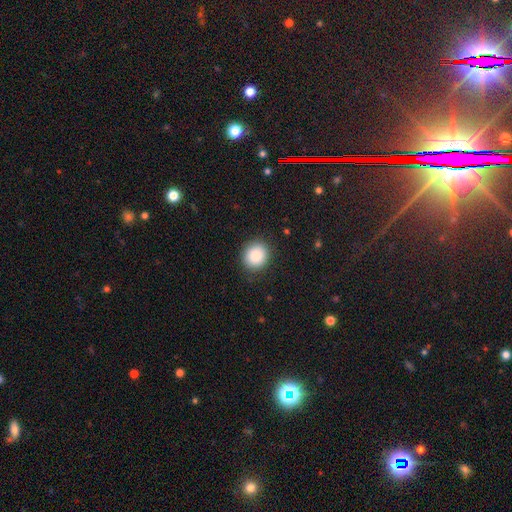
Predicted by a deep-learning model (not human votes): The model was most divided on "how rounded": round: 80%, in between: 19%, cigar-shaped: 1%. More confident: merging — none (89%); smooth or featured — smooth (87%).